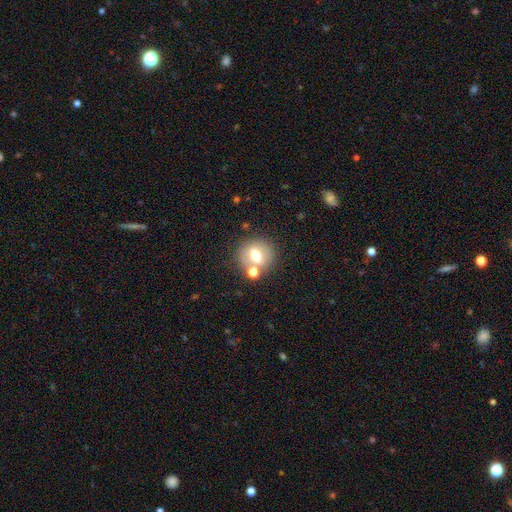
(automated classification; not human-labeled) Morphology: type=smooth (64%); roundness=round (82%); merging=none (69%).